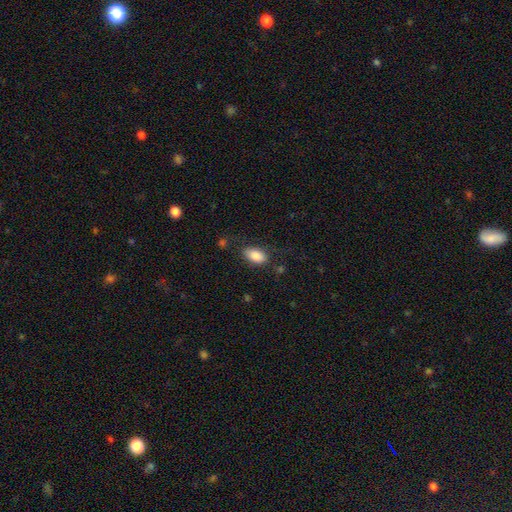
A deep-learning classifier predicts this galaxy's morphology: A smooth galaxy with no disk features (86%) that is in between round and cigar-shaped (93%).

Vote fractions:
- Smooth or featured? smooth: 86% / star or artifact: 7% / featured or disk: 7%
- How rounded? in between: 93% / round: 5% / cigar-shaped: 3%
- Merging? none: 75% / minor disturbance: 16% / major disturbance: 6% / merger: 2%